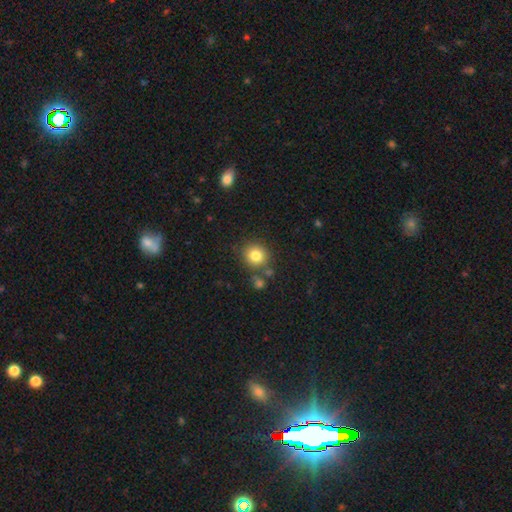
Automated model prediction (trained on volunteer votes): Smooth or featured?
  - smooth: 82% *
  - star or artifact: 11%
  - featured or disk: 7%
How rounded?
  - round: 87% *
  - in between: 12%
  - cigar-shaped: 1%
Merging?
  - none: 77% *
  - minor disturbance: 10%
  - merger: 9%
  - major disturbance: 3%